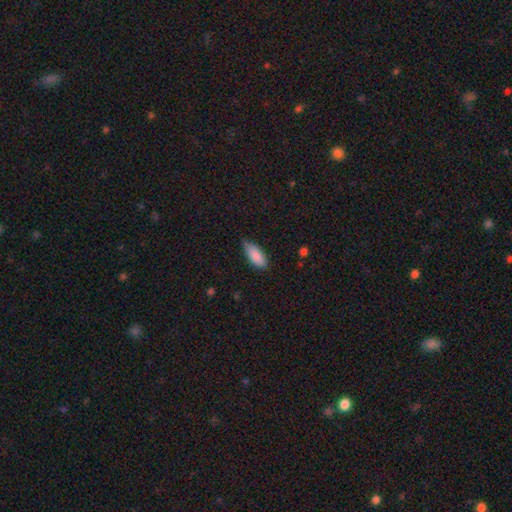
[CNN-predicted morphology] type=smooth (87%); roundness=in between (84%); merging=none (64%).